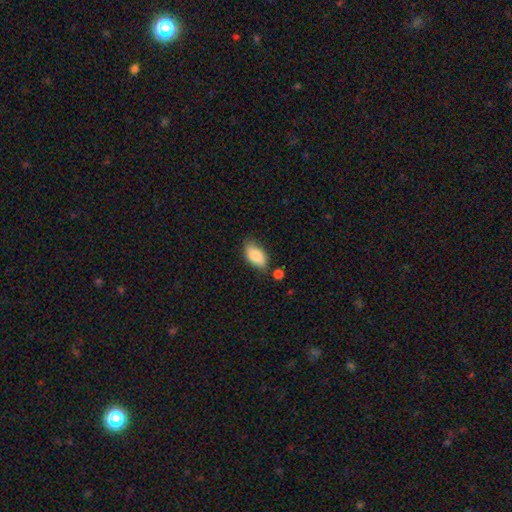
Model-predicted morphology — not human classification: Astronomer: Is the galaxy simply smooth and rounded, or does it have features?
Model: smooth — 83%.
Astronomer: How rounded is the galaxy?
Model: in between — 92%.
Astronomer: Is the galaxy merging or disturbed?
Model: none — 69%.